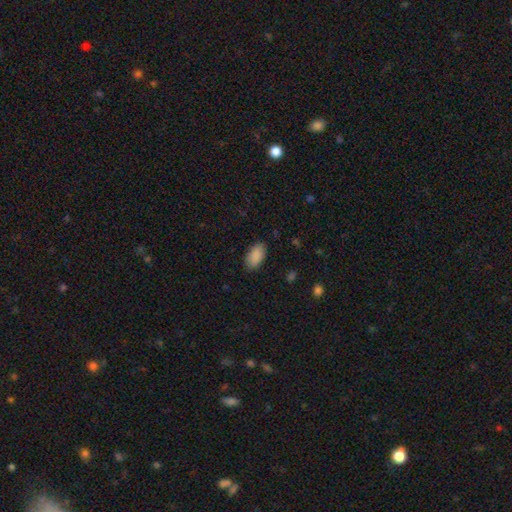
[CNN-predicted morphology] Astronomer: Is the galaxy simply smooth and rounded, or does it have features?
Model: smooth — 90%.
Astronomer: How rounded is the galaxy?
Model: in between — 94%.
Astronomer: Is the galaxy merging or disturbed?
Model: none — 86%.